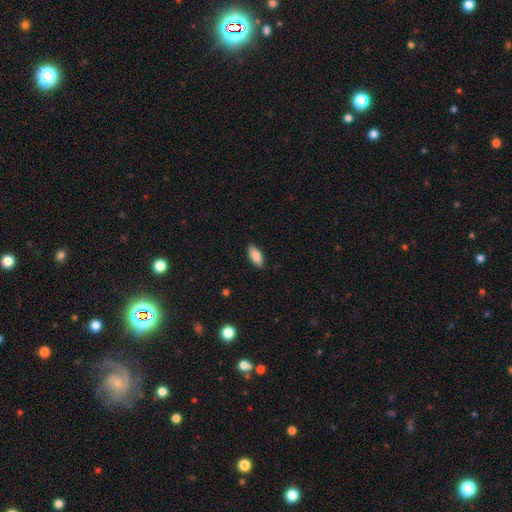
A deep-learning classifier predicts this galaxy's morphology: Smooth or featured? Predicted: smooth (p=0.87). How rounded? Predicted: in between (p=0.86). Merging? Predicted: none (p=0.87).